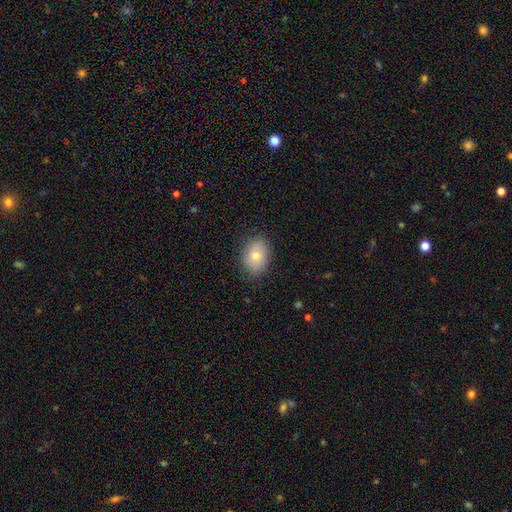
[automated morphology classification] Smooth or featured?
  - smooth: 76% *
  - featured or disk: 15%
  - star or artifact: 9%
How rounded?
  - in between: 73% *
  - round: 25%
  - cigar-shaped: 1%
Merging?
  - none: 85% *
  - minor disturbance: 11%
  - major disturbance: 3%
  - merger: 1%